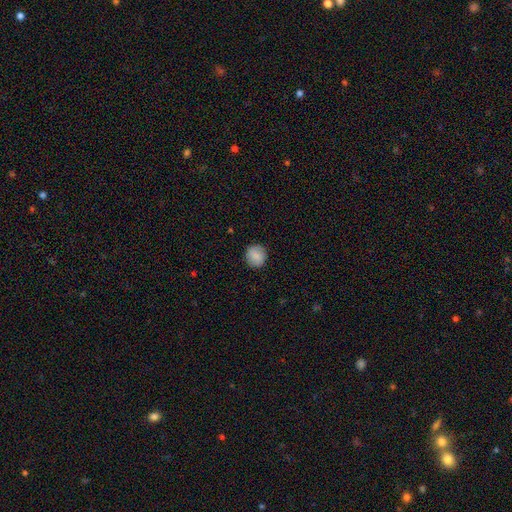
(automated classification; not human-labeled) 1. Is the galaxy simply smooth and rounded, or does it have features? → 85% smooth, 8% featured or disk, 7% star or artifact.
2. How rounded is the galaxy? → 90% round, 9% in between, 1% cigar-shaped.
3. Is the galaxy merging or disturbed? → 89% none, 8% minor disturbance, 2% major disturbance, 1% merger.